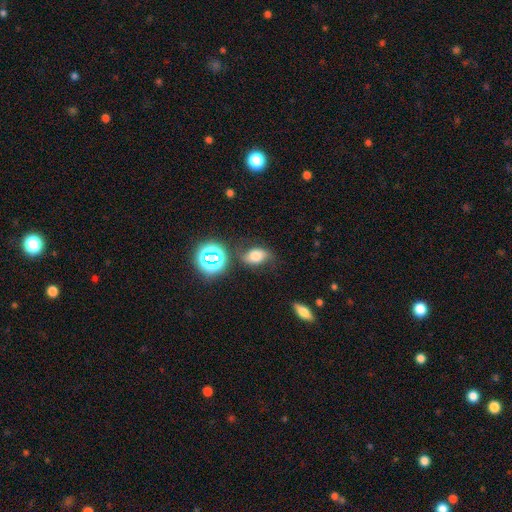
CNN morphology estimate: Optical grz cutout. It shows a smooth galaxy with no disk features (54%) that is in between round and cigar-shaped (78%). Merging: none (60%).